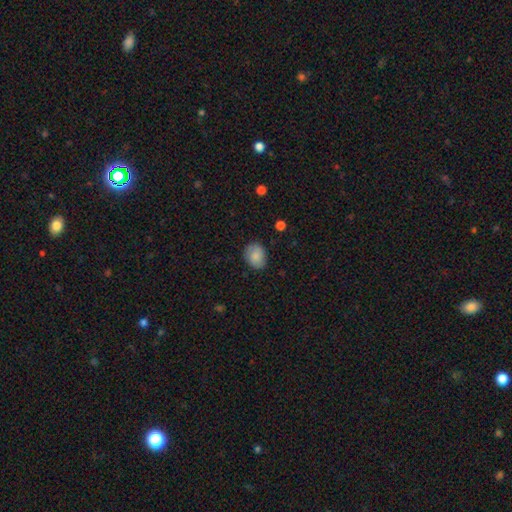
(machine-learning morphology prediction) Smooth or featured: smooth — 84% (featured or disk — 9%)
How rounded: in between — 54% (round — 45%)
Merging: none — 82% (minor disturbance — 14%)